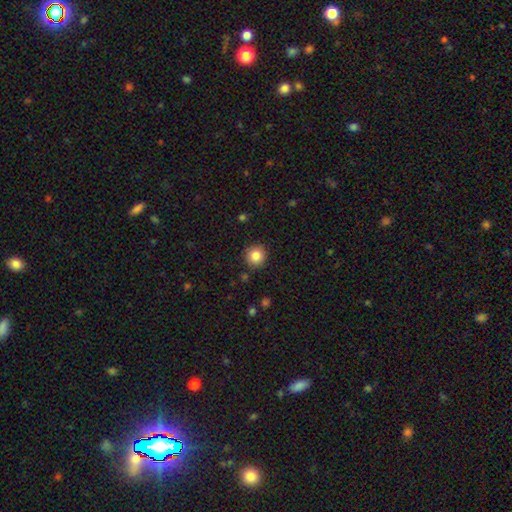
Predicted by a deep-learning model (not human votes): A smooth galaxy with no disk features (85%) that is round (94%). Merging: none (90%).